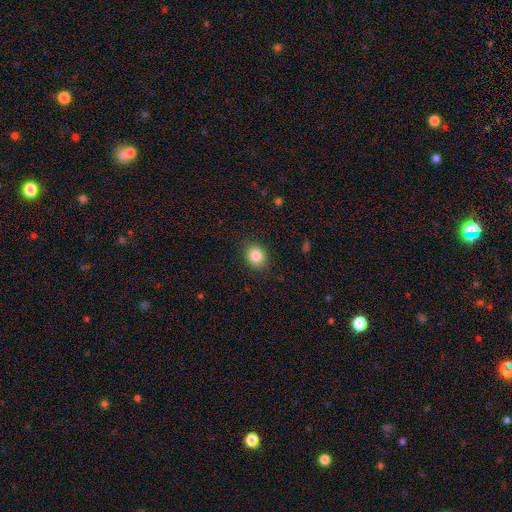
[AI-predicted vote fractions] This is clearly a smooth galaxy (85%). How rounded: likely round (67%). Merging: clearly none (88%).